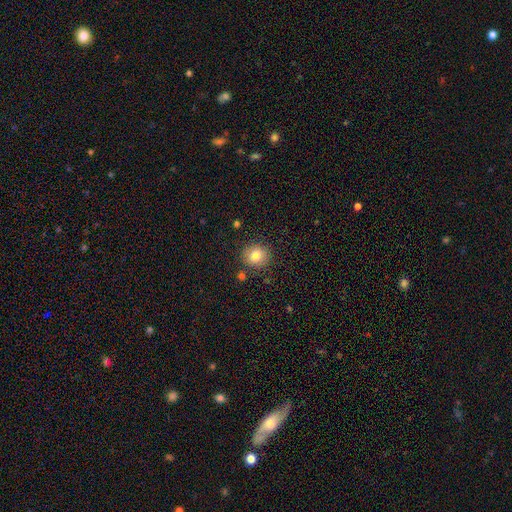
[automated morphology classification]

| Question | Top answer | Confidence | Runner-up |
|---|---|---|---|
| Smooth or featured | smooth | 78% | featured or disk (11%) |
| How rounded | round | 85% | in between (14%) |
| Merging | none | 86% | minor disturbance (8%) |